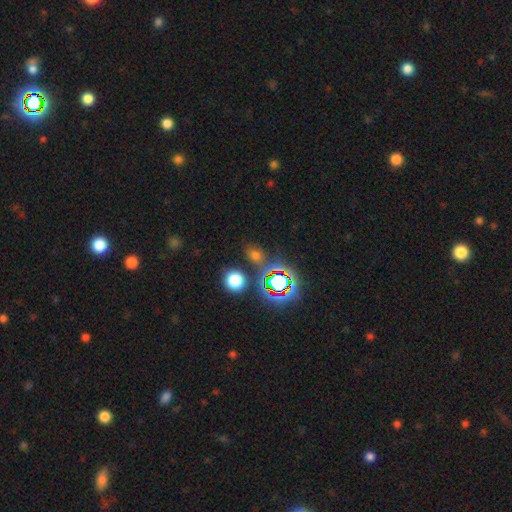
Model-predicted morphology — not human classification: A smooth galaxy with no disk features (54%) that is in between round and cigar-shaped (49%). Merging: none (74%).